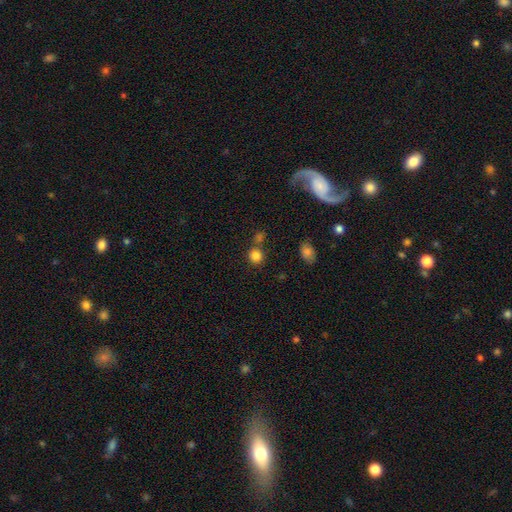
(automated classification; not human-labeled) Overall: smooth (83%). How rounded: round (85%). Merging: none (68%).